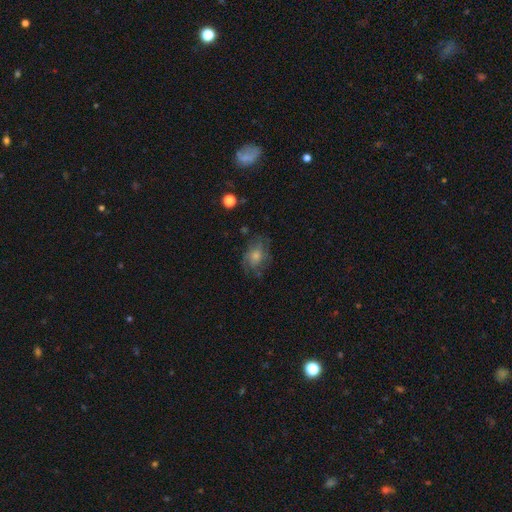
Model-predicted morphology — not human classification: This appears to be a featured or disk galaxy (46%). Merging: none (59%).